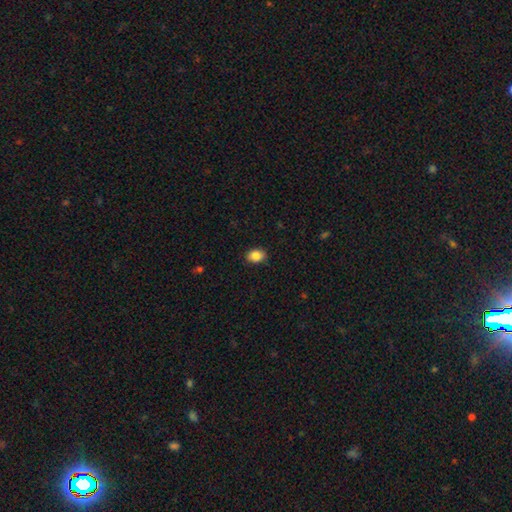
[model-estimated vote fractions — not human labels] This appears to be a smooth galaxy with no disk features (87%) that is in between round and cigar-shaped (72%). Merging: none (86%).